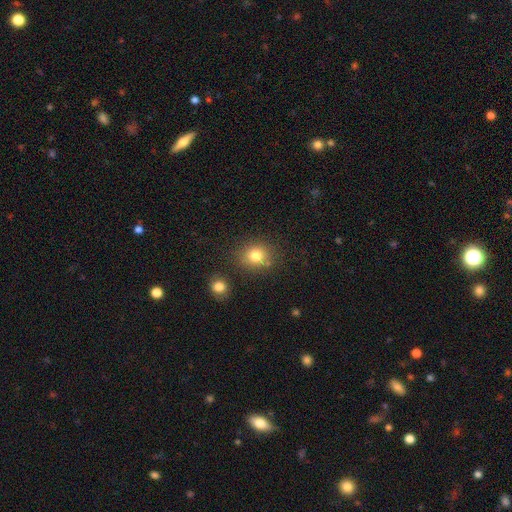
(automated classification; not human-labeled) Smooth or featured? smooth (80%)
How rounded? round (76%)
Merging? none (77%)